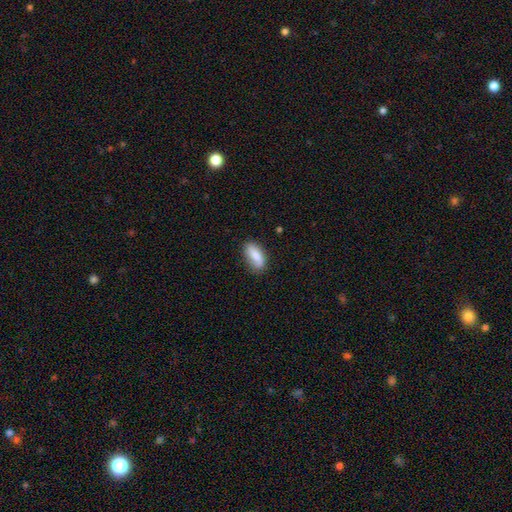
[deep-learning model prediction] This is likely a smooth galaxy (78%). How rounded: clearly in between (85%). Merging: likely none (80%).